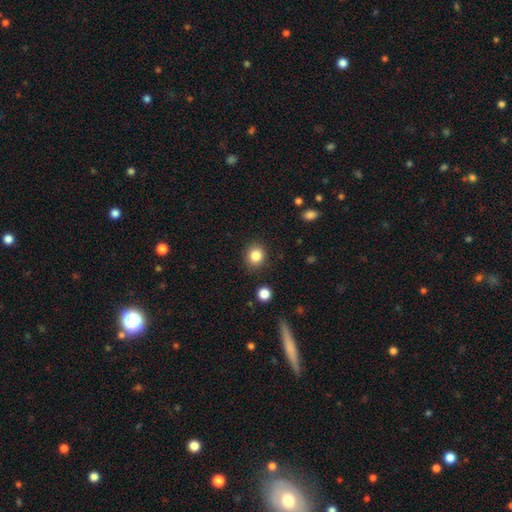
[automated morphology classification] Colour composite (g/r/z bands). It shows a smooth galaxy with no disk features (85%) that is round (78%). Merging: none (87%).